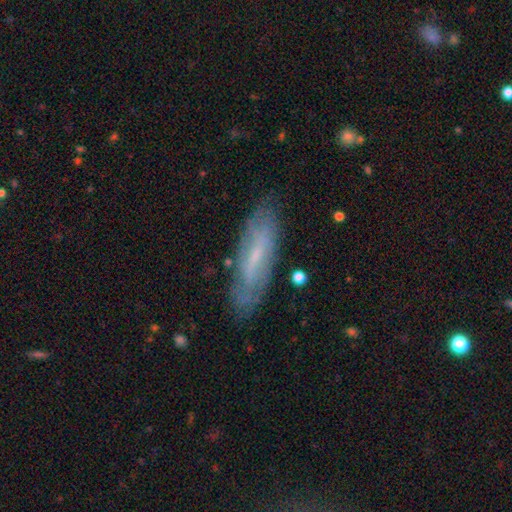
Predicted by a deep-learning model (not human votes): The model was most divided on "smooth or featured": featured or disk: 59%, smooth: 33%, star or artifact: 8%. More confident: merging — none (79%); edge-on disk — no (68%).